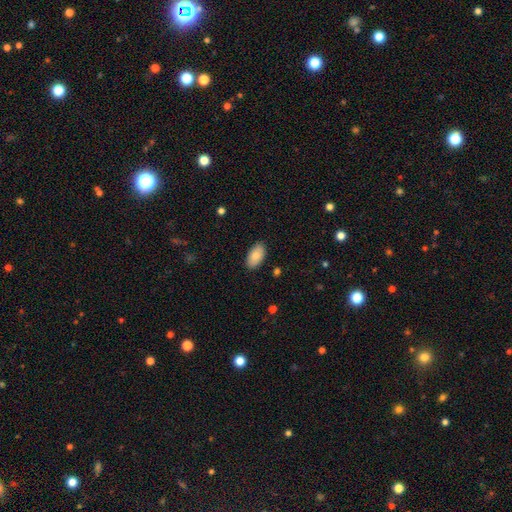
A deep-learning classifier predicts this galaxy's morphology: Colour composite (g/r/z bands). It shows a smooth galaxy with no disk features (86%) that is in between round and cigar-shaped (95%). Merging: none (87%).